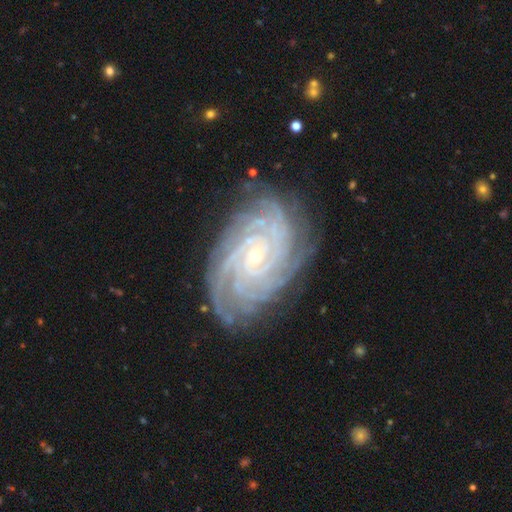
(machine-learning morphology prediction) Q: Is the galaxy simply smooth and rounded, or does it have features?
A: featured or disk — 92%.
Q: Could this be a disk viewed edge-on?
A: no — 97%.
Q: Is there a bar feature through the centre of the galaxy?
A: no — 68%.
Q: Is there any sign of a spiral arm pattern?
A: yes — 99%.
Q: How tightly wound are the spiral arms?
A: tight — 84%.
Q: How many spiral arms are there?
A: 4 — 27%.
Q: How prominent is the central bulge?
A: small — 80%.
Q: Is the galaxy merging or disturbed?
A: none — 82%.